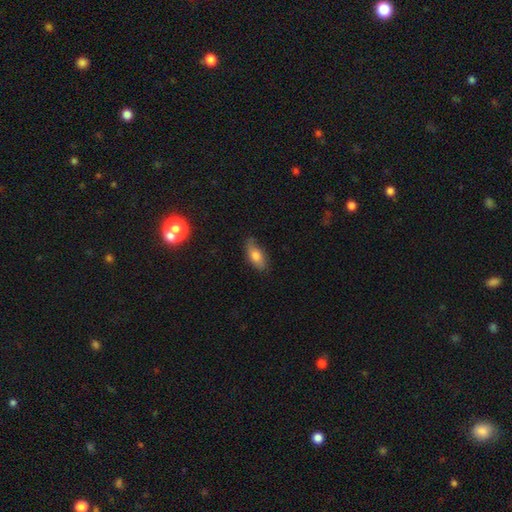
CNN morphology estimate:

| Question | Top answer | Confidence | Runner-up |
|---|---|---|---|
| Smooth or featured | smooth | 73% | featured or disk (20%) |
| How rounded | in between | 82% | cigar-shaped (14%) |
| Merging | none | 74% | minor disturbance (21%) |